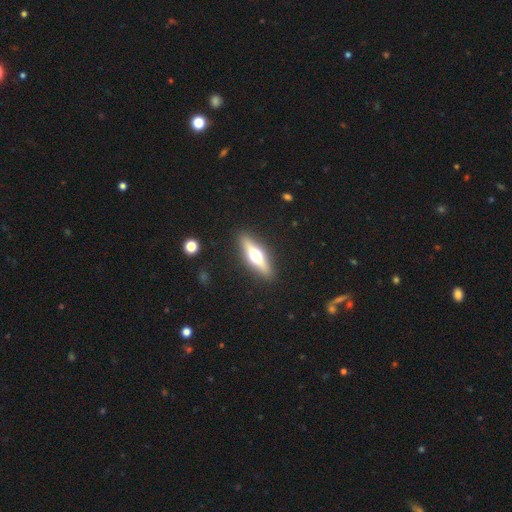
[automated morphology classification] This appears to be a featured or disk galaxy (59%) viewed edge-on (93%) with a rounded central bulge (95%). Merging: none (90%).